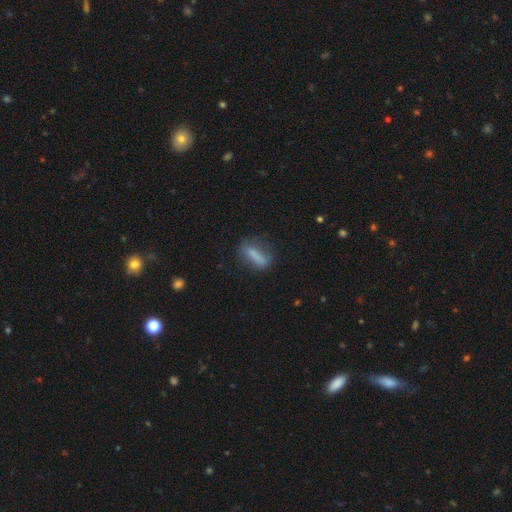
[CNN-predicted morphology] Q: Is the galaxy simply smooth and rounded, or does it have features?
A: smooth — 69%.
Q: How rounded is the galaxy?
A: cigar-shaped — 54%.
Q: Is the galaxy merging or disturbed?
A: none — 63%.